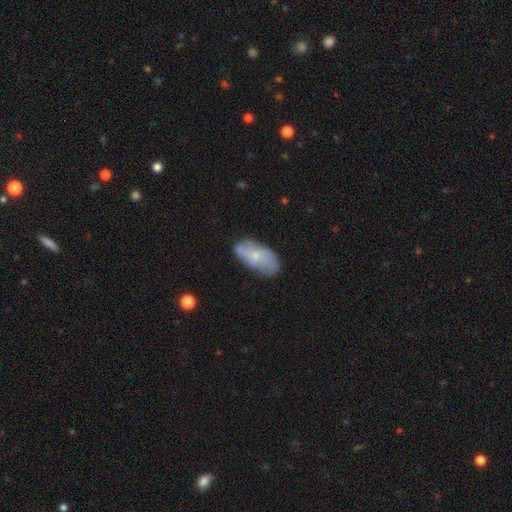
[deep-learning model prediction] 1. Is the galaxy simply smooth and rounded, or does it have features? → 51% smooth, 42% featured or disk, 7% star or artifact.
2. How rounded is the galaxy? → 91% in between, 5% cigar-shaped, 3% round.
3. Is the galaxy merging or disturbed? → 69% none, 23% minor disturbance, 6% major disturbance, 2% merger.